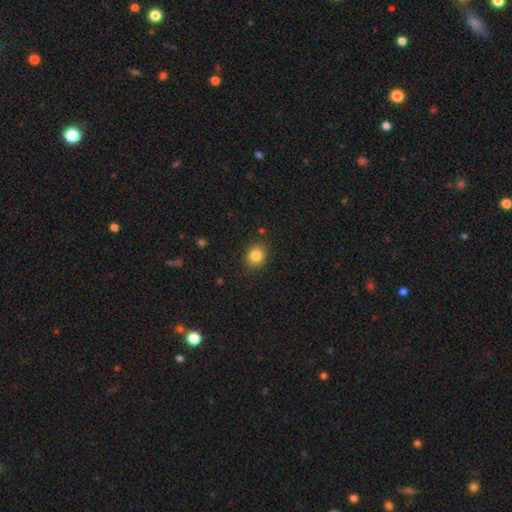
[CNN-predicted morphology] Q: Smooth or featured?
A: smooth (84%); runner-up: star or artifact (10%)
Q: How rounded?
A: round (66%); runner-up: in between (33%)
Q: Merging?
A: none (87%); runner-up: minor disturbance (9%)